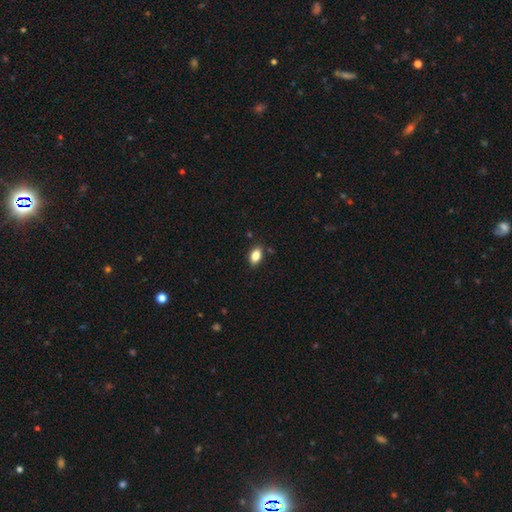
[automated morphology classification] smooth-or-featured: smooth: 85% | star or artifact: 9% | featured or disk: 6%
  how-rounded: in between: 89% | round: 9% | cigar-shaped: 3%
  merging: none: 86% | minor disturbance: 10% | major disturbance: 2% | merger: 2%